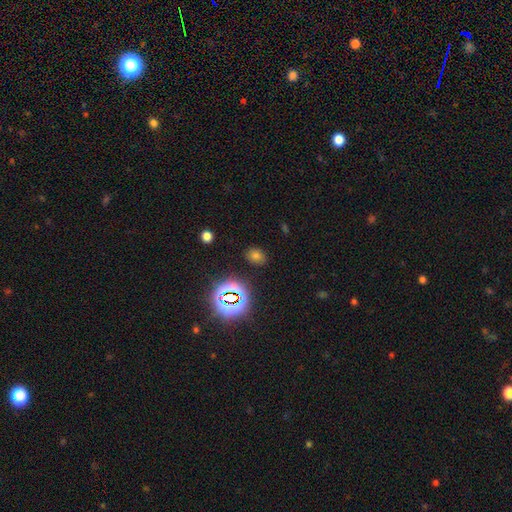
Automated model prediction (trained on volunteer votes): A smooth galaxy with no disk features (59%) that is in between round and cigar-shaped (58%).

Vote fractions:
- Smooth or featured? smooth: 59% / star or artifact: 33% / featured or disk: 8%
- How rounded? in between: 58% / round: 41% / cigar-shaped: 1%
- Merging? none: 83% / minor disturbance: 11% / major disturbance: 4% / merger: 2%